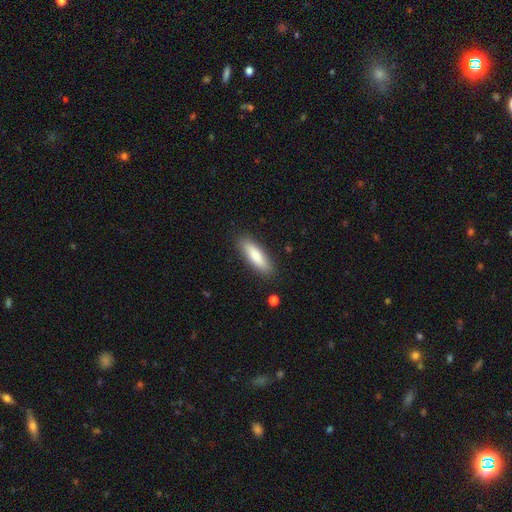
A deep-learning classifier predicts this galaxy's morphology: This is clearly a smooth galaxy (81%). How rounded: possibly cigar-shaped (54%). Merging: clearly none (87%).